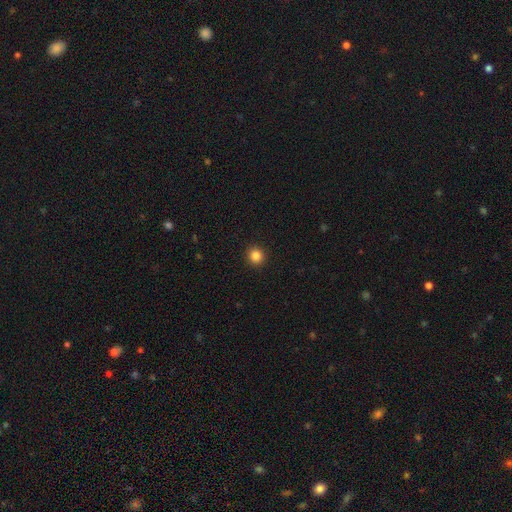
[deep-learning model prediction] This appears to be a smooth galaxy with no disk features (85%) that is round (93%). Merging: none (93%).